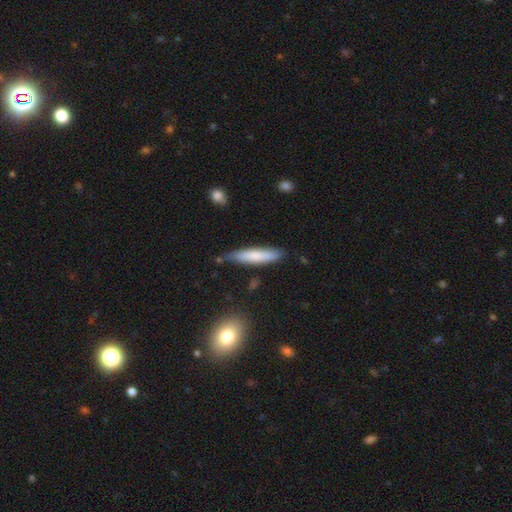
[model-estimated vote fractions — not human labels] Smooth or featured? smooth (73%)
How rounded? cigar-shaped (86%)
Merging? none (74%)